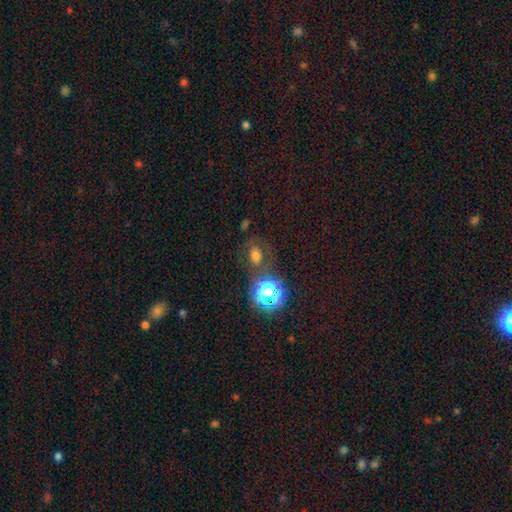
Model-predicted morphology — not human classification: Smooth or featured? Predicted: smooth (p=0.54). How rounded? Predicted: in between (p=0.54). Merging? Predicted: none (p=0.67).